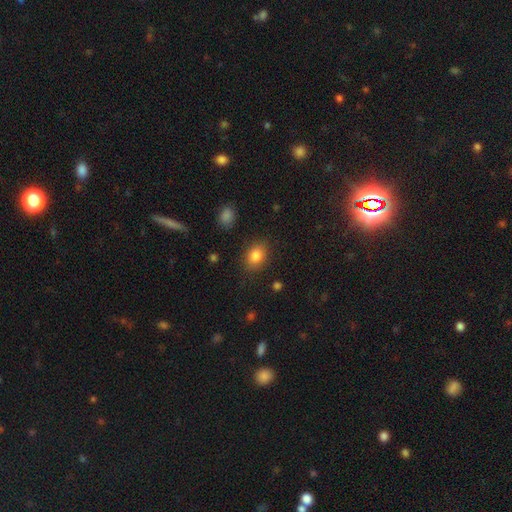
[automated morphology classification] smooth_or_featured: smooth (p=0.84) [alt: star or artifact p=0.09]
how_rounded: in between (p=0.66) [alt: round p=0.33]
merging: none (p=0.84) [alt: minor disturbance p=0.11]